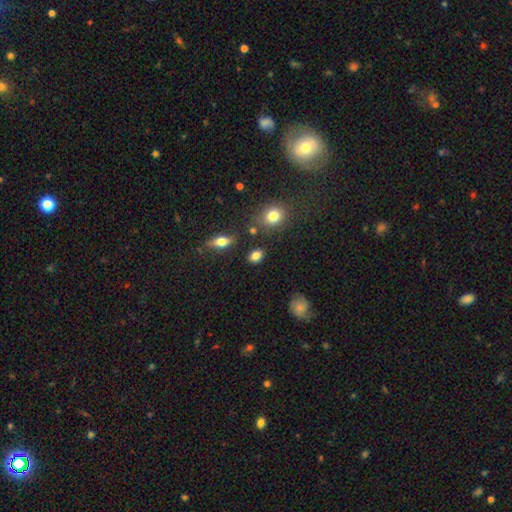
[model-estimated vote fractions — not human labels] A smooth galaxy with no disk features (81%) that is in between round and cigar-shaped (72%).

Vote fractions:
- Smooth or featured? smooth: 81% / star or artifact: 10% / featured or disk: 9%
- How rounded? in between: 72% / round: 25% / cigar-shaped: 3%
- Merging? none: 82% / minor disturbance: 11% / merger: 4% / major disturbance: 3%